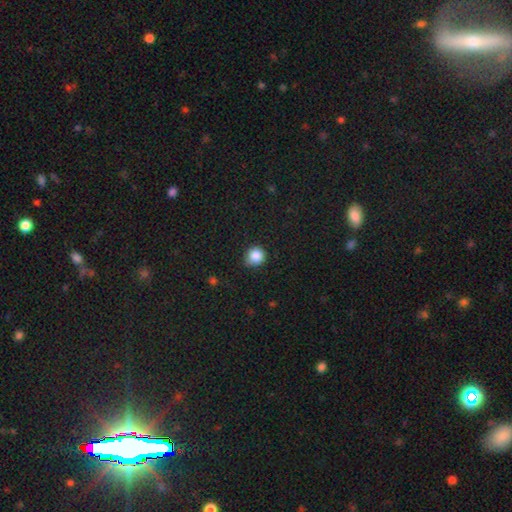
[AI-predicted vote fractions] Smooth or featured: smooth — 86% (star or artifact — 10%)
How rounded: round — 88% (in between — 11%)
Merging: none — 76% (minor disturbance — 19%)